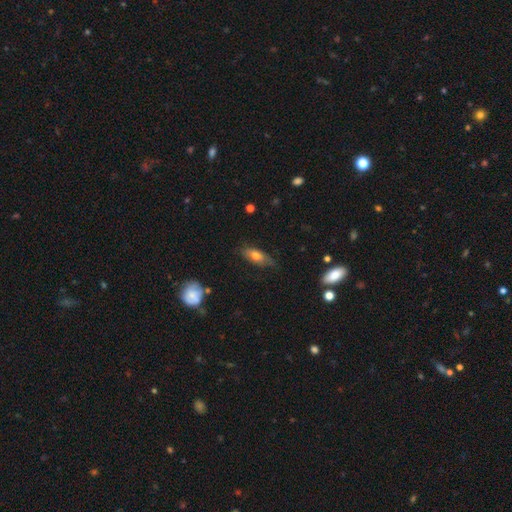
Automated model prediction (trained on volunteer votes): Smooth or featured? smooth (65%)
How rounded? in between (75%)
Merging? none (69%)